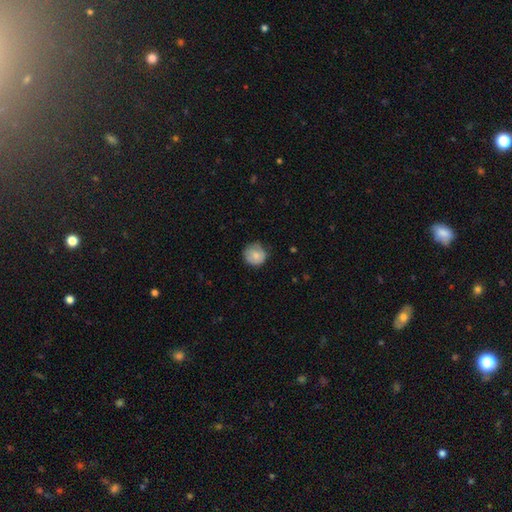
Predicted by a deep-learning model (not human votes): Morphology: type=smooth (78%); roundness=round (90%); merging=none (72%).